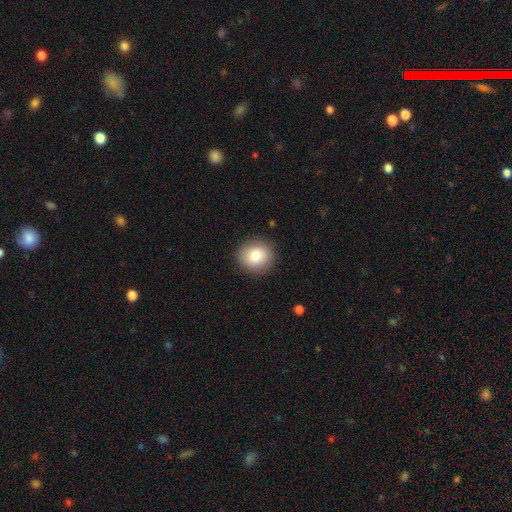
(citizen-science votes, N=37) Smooth or featured? smooth (86%)
How rounded? round (100%)
Merging? none (86%)